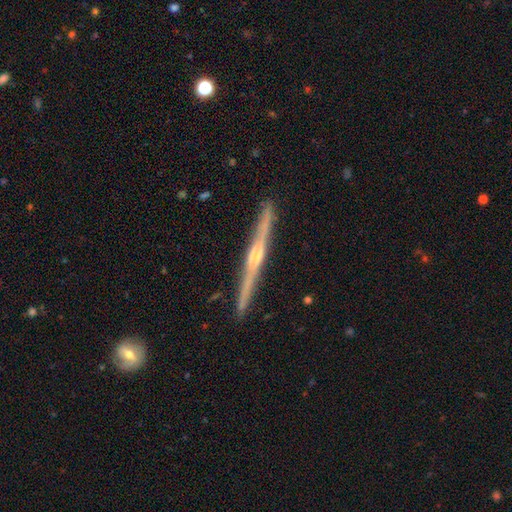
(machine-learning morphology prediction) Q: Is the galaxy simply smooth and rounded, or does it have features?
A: featured or disk — 85%.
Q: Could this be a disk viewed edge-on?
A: yes — 99%.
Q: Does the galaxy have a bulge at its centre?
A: rounded — 84%.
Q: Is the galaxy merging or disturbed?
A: none — 92%.